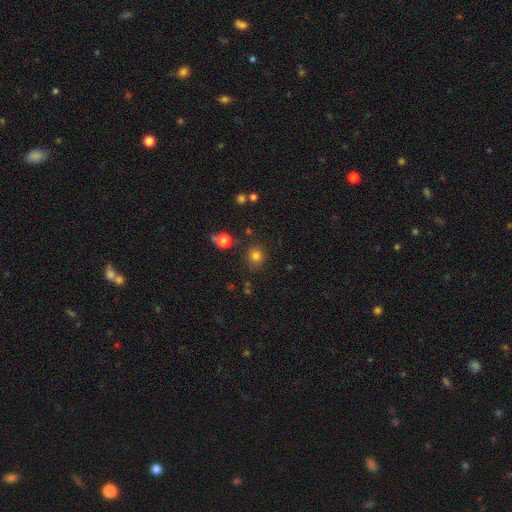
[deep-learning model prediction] Overall: smooth (79%). How rounded: round (88%). Merging: none (82%).